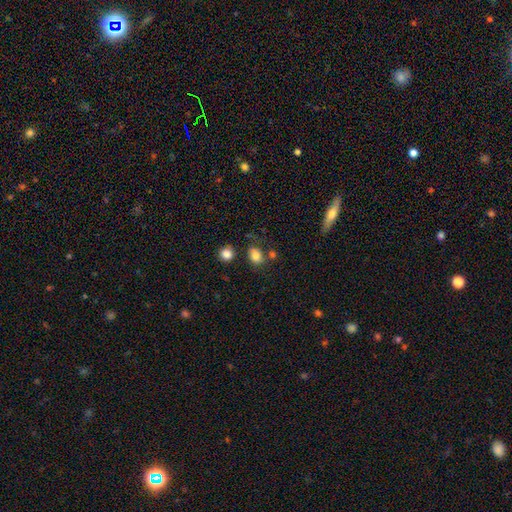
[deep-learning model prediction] Smooth or featured: smooth — 80% (star or artifact — 11%)
How rounded: in between — 58% (round — 41%)
Merging: none — 64% (minor disturbance — 18%)